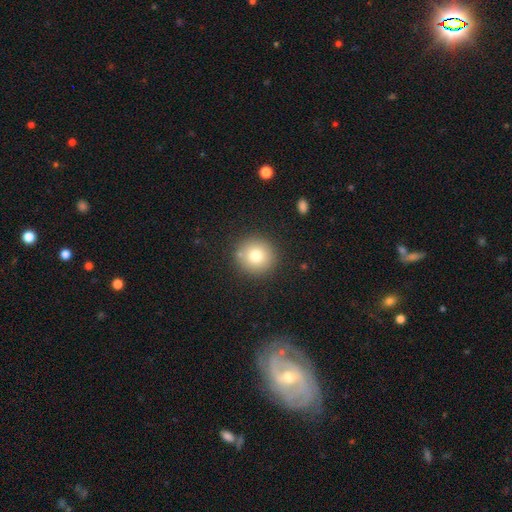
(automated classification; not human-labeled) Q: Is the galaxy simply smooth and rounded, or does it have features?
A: smooth — 77%.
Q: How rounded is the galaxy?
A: round — 94%.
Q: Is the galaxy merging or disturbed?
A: none — 87%.